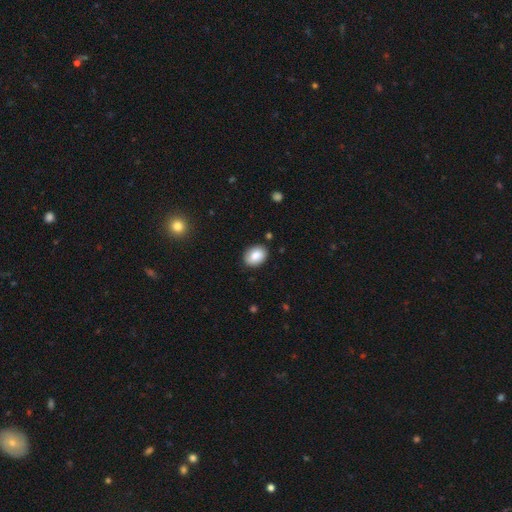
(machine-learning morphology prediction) Smooth or featured? smooth (85%)
How rounded? in between (71%)
Merging? none (87%)